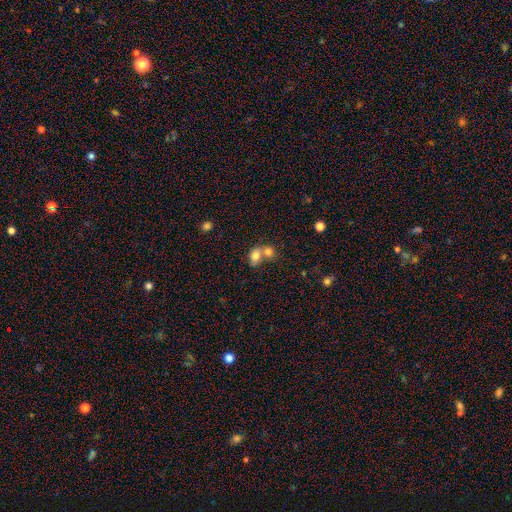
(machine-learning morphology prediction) Overall: smooth (77%). How rounded: in between (67%; round 32%). Merging: merger (66%).